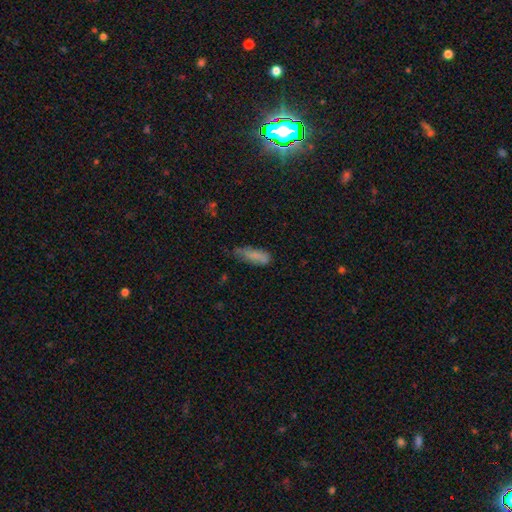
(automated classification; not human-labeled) smooth_or_featured: smooth (p=0.78) [alt: featured or disk p=0.13]
how_rounded: in between (p=0.61) [alt: cigar-shaped p=0.37]
merging: none (p=0.42) [alt: minor disturbance p=0.40]